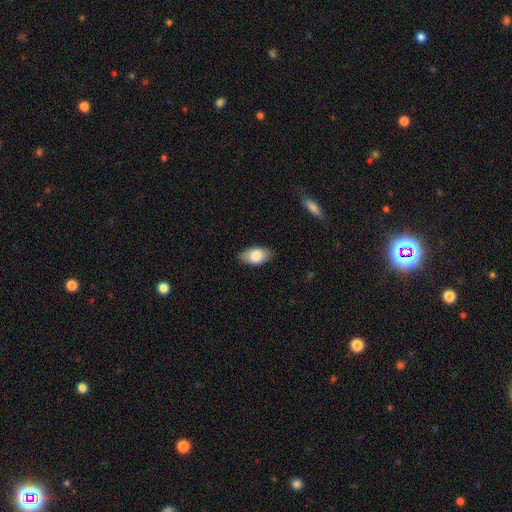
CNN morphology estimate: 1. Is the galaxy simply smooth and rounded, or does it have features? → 83% smooth, 11% featured or disk, 6% star or artifact.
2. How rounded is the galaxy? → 94% in between, 4% round, 2% cigar-shaped.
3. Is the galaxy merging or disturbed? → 85% none, 12% minor disturbance, 2% major disturbance, 1% merger.